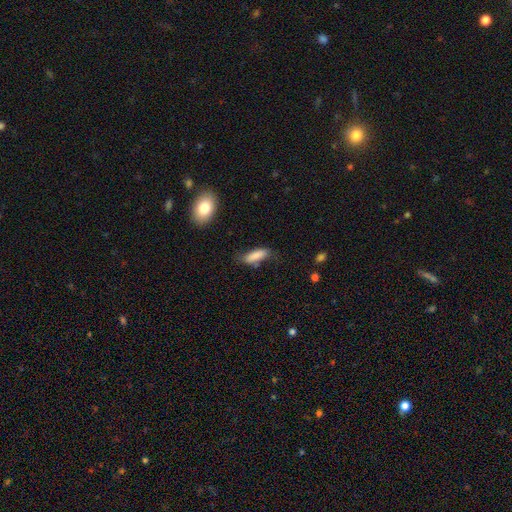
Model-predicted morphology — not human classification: smooth-or-featured: smooth: 85% | featured or disk: 8% | star or artifact: 7%
  how-rounded: in between: 56% | cigar-shaped: 42% | round: 2%
  merging: none: 62% | minor disturbance: 27% | major disturbance: 7% | merger: 4%